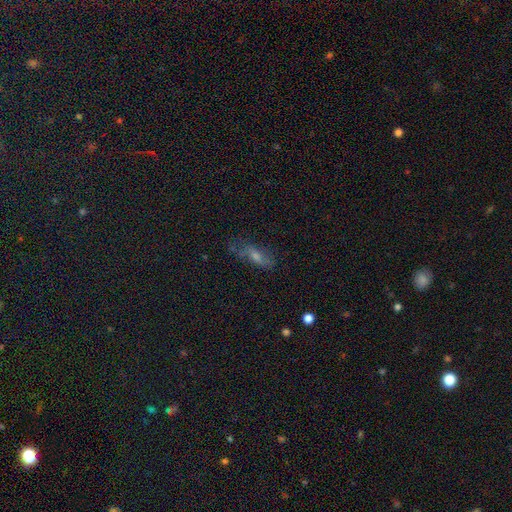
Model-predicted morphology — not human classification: smooth_or_featured: smooth (p=0.40) [alt: featured or disk p=0.39]
merging: none (p=0.63) [alt: minor disturbance p=0.23]